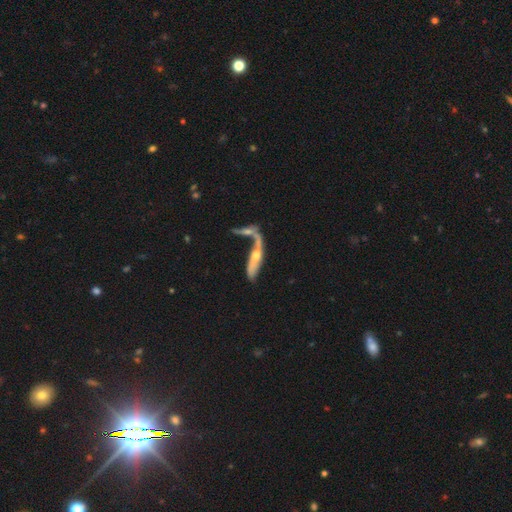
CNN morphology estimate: smooth_or_featured: featured or disk (p=0.60) [alt: smooth p=0.32]
disk_edge_on: yes (p=0.52) [alt: no p=0.48]
merging: merger (p=0.54) [alt: none p=0.24]